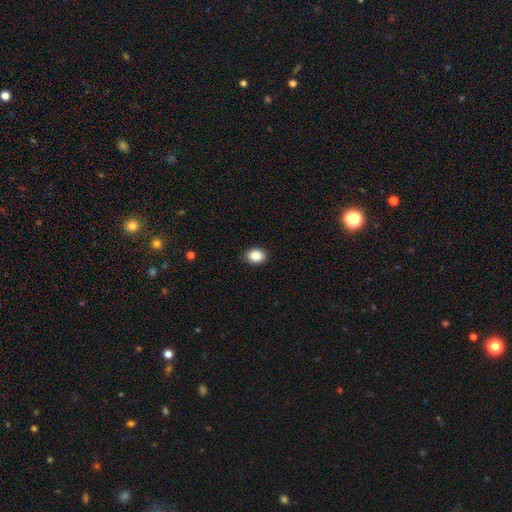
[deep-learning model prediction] smooth-or-featured: smooth: 87% | star or artifact: 8% | featured or disk: 4%
  how-rounded: in between: 62% | round: 37% | cigar-shaped: 1%
  merging: none: 90% | minor disturbance: 8% | major disturbance: 2% | merger: 1%